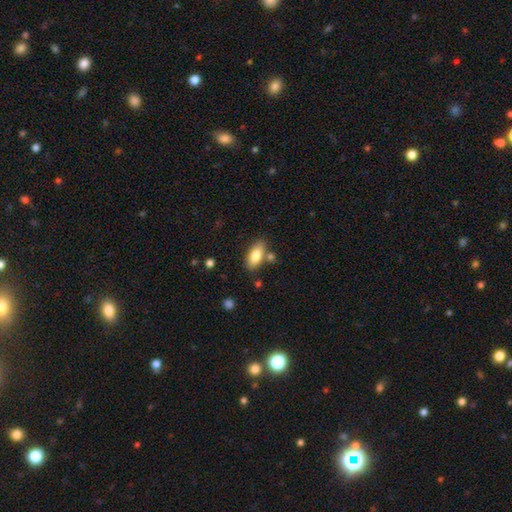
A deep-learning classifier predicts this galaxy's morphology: Smooth or featured: smooth — 82% (featured or disk — 11%)
How rounded: in between — 87% (cigar-shaped — 10%)
Merging: none — 76% (minor disturbance — 13%)